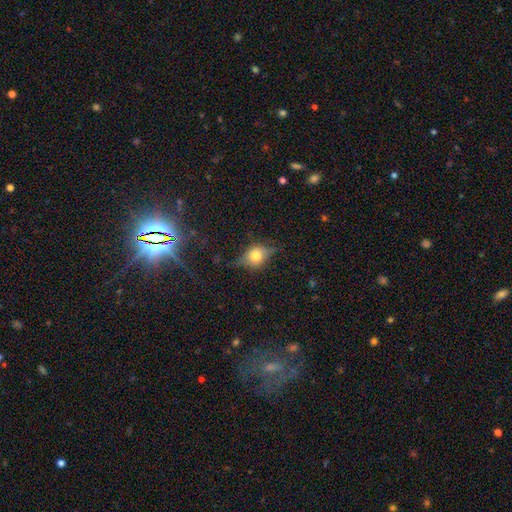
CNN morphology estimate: Smooth or featured: smooth — 46% (featured or disk — 41%)
Merging: none — 68% (minor disturbance — 21%)